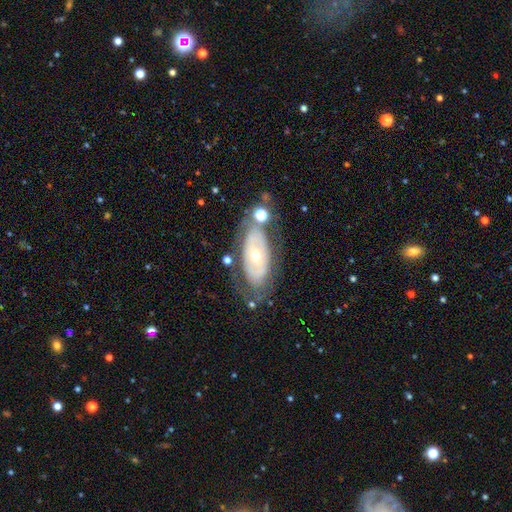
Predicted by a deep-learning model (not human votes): Morphology: type=featured or disk (67%); edge-on=no (89%); bar=no (84%); spiral arms=no (64%); bulge=small (50%); merging=none (64%).